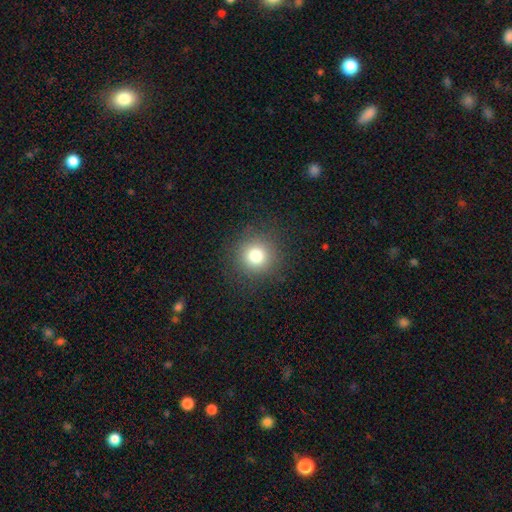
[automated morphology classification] smooth_or_featured: smooth (p=0.79) [alt: star or artifact p=0.13]
how_rounded: round (p=0.93) [alt: in between p=0.06]
merging: none (p=0.88) [alt: minor disturbance p=0.07]